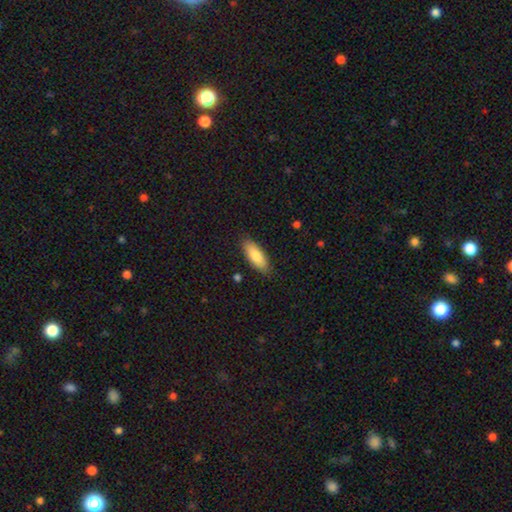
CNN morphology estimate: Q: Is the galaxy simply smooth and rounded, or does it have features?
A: smooth — 82%.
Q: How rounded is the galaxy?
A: in between — 71%.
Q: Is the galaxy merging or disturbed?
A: none — 86%.